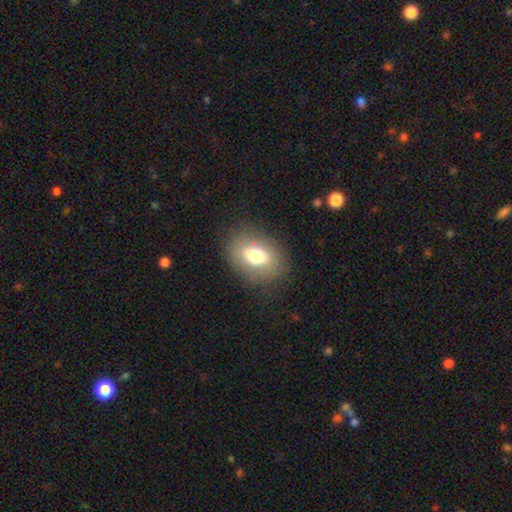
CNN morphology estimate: This appears to be a smooth galaxy with no disk features (70%) that is in between round and cigar-shaped (68%). Merging: none (82%).